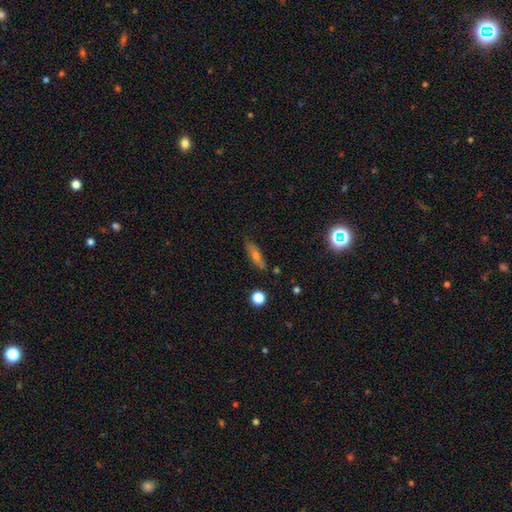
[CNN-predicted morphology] type=smooth (53%); roundness=cigar-shaped (62%); merging=none (83%).